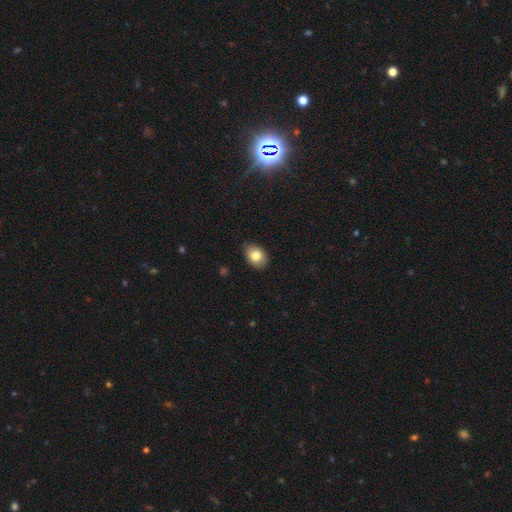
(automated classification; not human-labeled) Q: Smooth or featured?
A: smooth (82%); runner-up: featured or disk (10%)
Q: How rounded?
A: in between (72%); runner-up: round (27%)
Q: Merging?
A: none (81%); runner-up: minor disturbance (16%)